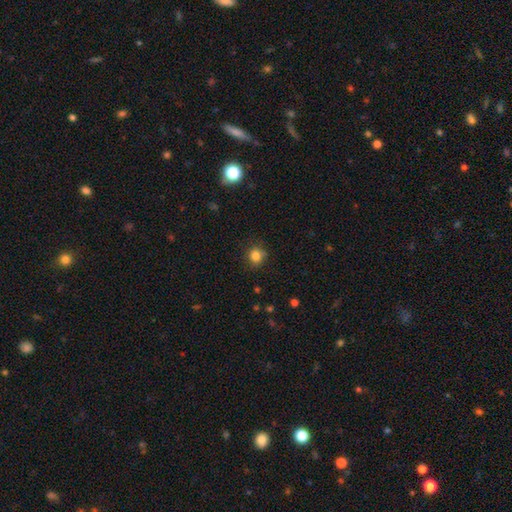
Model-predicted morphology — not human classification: smooth_or_featured: smooth (p=0.82) [alt: star or artifact p=0.12]
how_rounded: round (p=0.85) [alt: in between p=0.14]
merging: none (p=0.82) [alt: minor disturbance p=0.13]